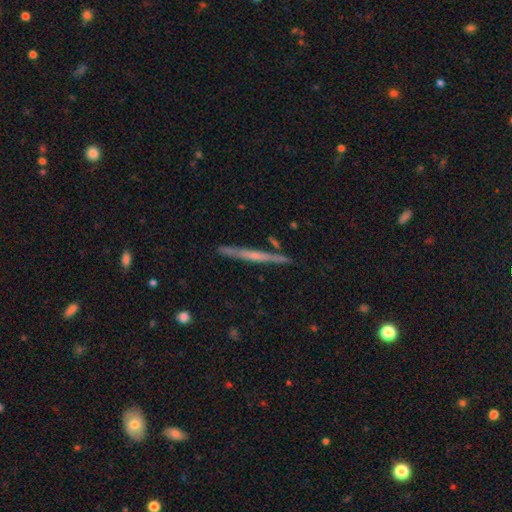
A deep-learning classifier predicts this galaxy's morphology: Overall: featured or disk (59%; smooth 35%). Edge-on disk: yes (96%). Edge-on bulge: none (63%; rounded 29%). Merging: none (85%).